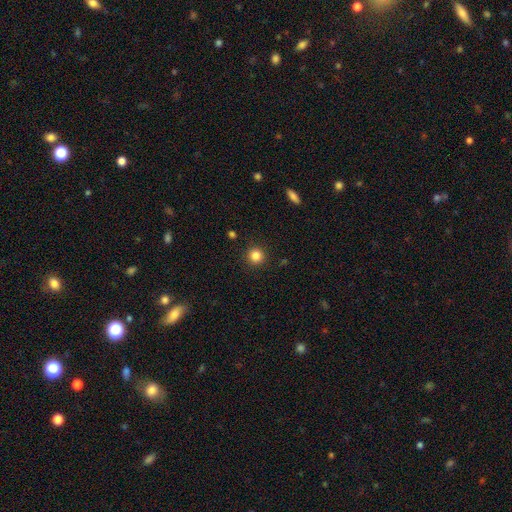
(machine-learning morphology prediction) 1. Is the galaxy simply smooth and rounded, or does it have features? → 84% smooth, 12% star or artifact, 4% featured or disk.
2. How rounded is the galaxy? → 95% round, 4% in between, 1% cigar-shaped.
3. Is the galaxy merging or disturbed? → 91% none, 5% minor disturbance, 2% major disturbance, 1% merger.